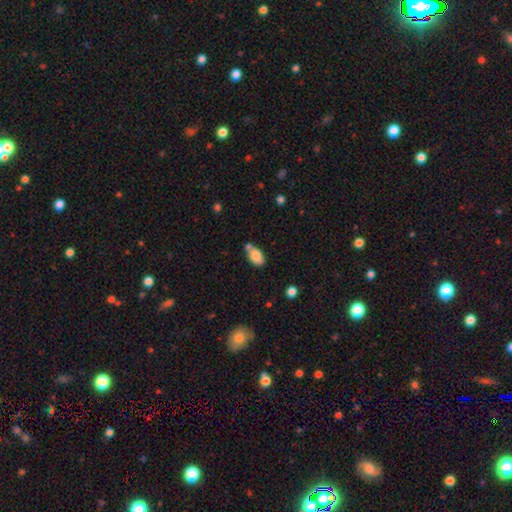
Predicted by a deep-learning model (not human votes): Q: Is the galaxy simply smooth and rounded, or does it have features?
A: smooth — 82%.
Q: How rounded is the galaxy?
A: in between — 91%.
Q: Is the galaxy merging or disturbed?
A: none — 53%.